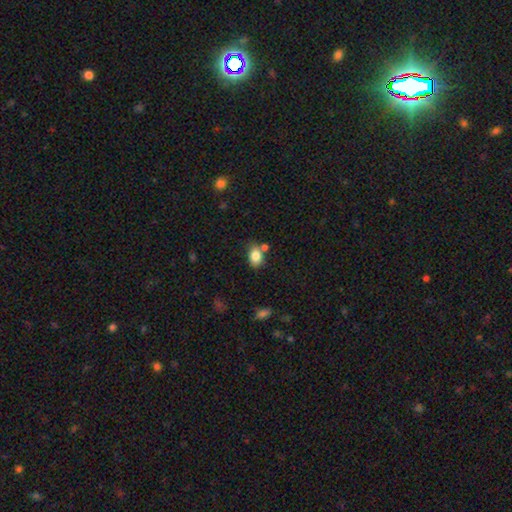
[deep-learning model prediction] Morphology: type=smooth (83%); roundness=in between (80%); merging=none (64%).